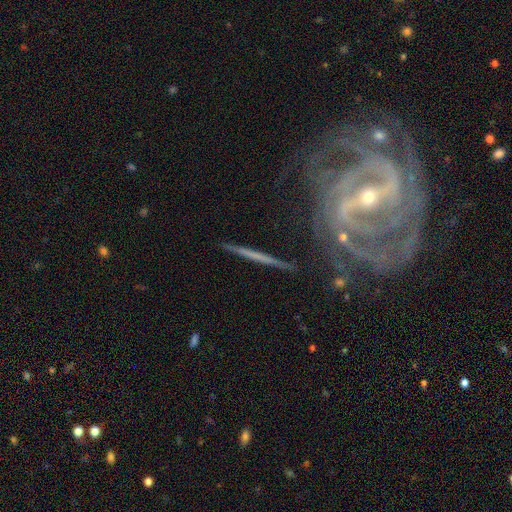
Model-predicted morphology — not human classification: smooth_or_featured: featured or disk (p=0.70) [alt: smooth p=0.22]
disk_edge_on: yes (p=0.83) [alt: no p=0.17]
edge_on_bulge: none (p=0.71) [alt: rounded p=0.23]
merging: none (p=0.82) [alt: minor disturbance p=0.12]